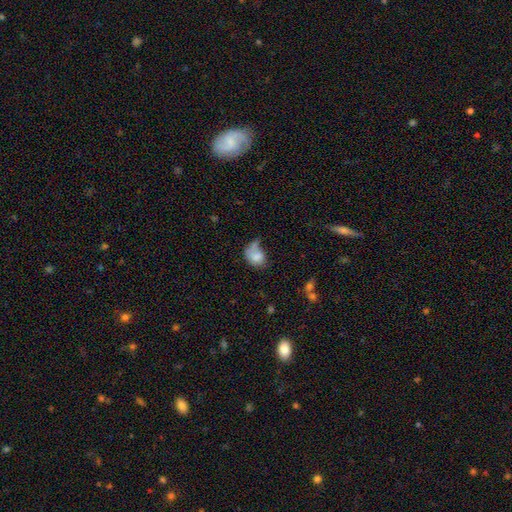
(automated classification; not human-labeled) Morphology: type=smooth (71%); roundness=in between (66%); merging=major disturbance (33%).